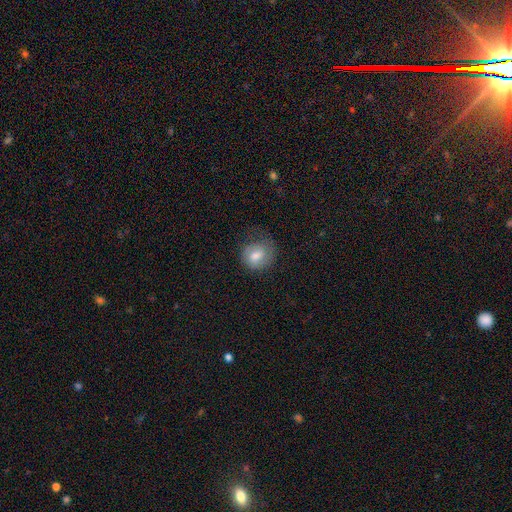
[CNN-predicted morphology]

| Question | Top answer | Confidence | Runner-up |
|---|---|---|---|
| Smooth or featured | smooth | 67% | featured or disk (24%) |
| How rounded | round | 71% | in between (28%) |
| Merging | none | 59% | minor disturbance (25%) |